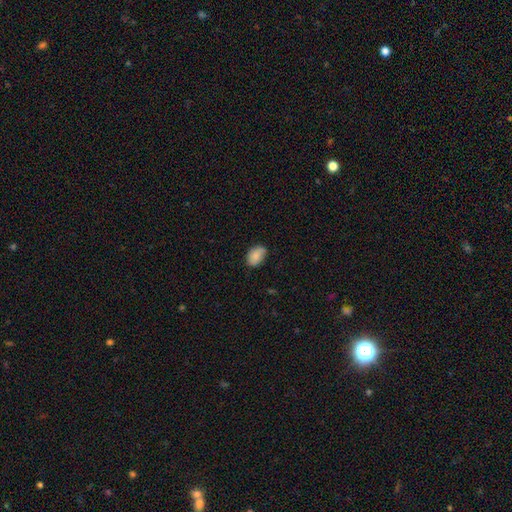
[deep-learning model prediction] The model was most divided on "merging": none: 72%, minor disturbance: 23%, major disturbance: 4%, merger: 1%. More confident: how rounded — in between (84%); smooth or featured — smooth (84%).